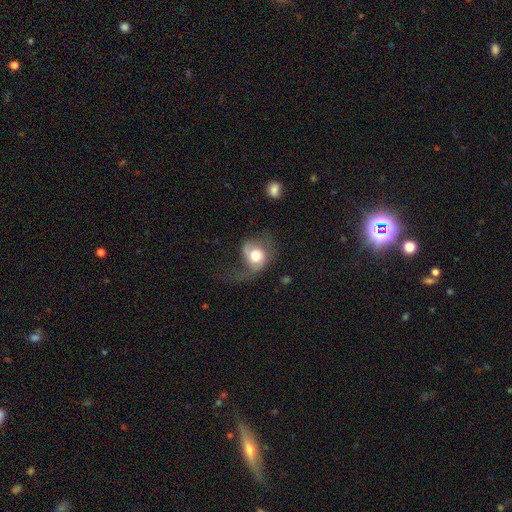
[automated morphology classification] type=smooth (55%); roundness=round (61%); merging=major disturbance (47%).